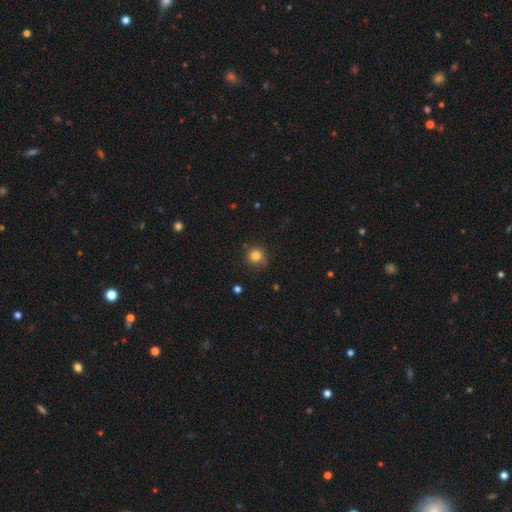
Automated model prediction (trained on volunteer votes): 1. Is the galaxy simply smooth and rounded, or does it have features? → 82% smooth, 12% star or artifact, 6% featured or disk.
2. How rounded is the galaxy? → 90% round, 9% in between, 1% cigar-shaped.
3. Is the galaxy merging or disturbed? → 74% none, 19% minor disturbance, 4% major disturbance, 2% merger.